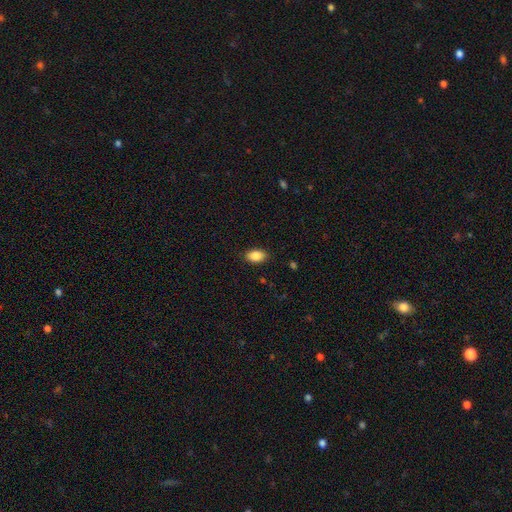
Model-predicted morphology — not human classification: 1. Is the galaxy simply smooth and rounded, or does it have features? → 87% smooth, 8% star or artifact, 5% featured or disk.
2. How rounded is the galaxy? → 89% in between, 9% round, 2% cigar-shaped.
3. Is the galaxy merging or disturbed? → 86% none, 11% minor disturbance, 2% major disturbance, 1% merger.